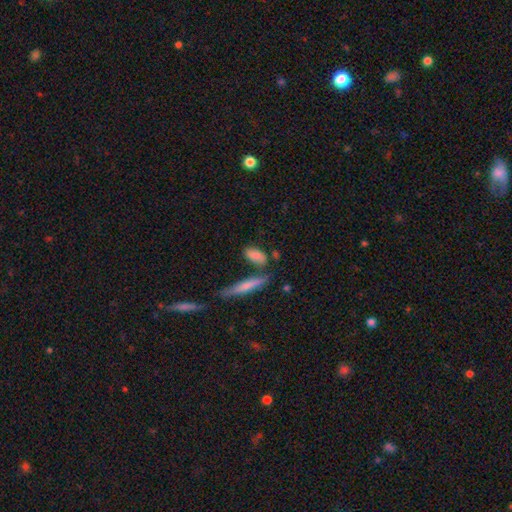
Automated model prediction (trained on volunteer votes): Smooth or featured?
  - smooth: 76% *
  - featured or disk: 18%
  - star or artifact: 7%
How rounded?
  - in between: 76% *
  - cigar-shaped: 20%
  - round: 4%
Merging?
  - none: 63% *
  - minor disturbance: 16%
  - merger: 16%
  - major disturbance: 5%